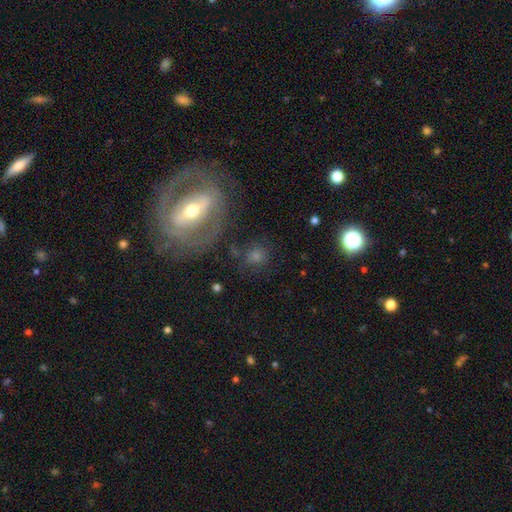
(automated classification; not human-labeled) smooth_or_featured: featured or disk (p=0.54) [alt: smooth p=0.32]
disk_edge_on: no (p=0.83) [alt: yes p=0.17]
merging: none (p=0.73) [alt: minor disturbance p=0.13]